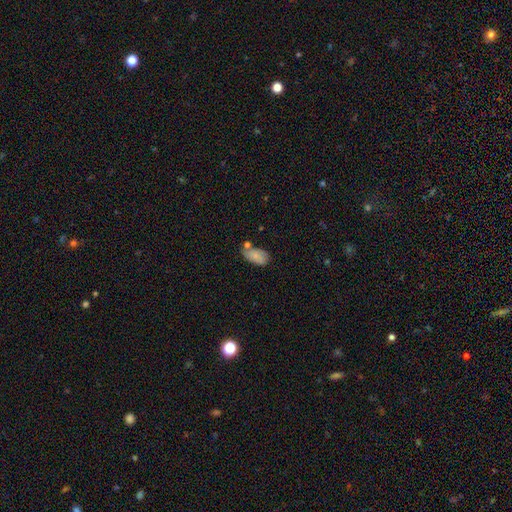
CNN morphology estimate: Smooth or featured? Predicted: smooth (p=0.79). How rounded? Predicted: in between (p=0.93). Merging? Predicted: none (p=0.53).